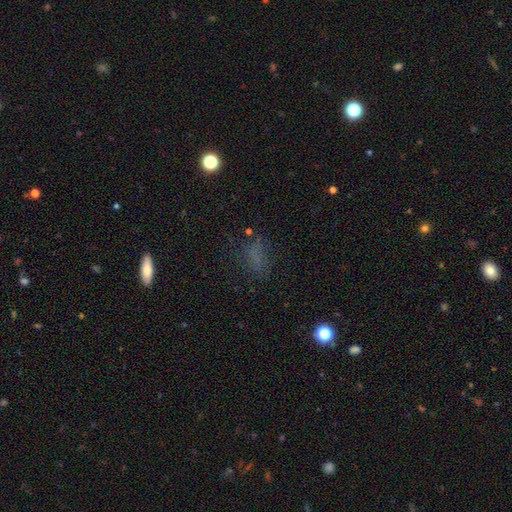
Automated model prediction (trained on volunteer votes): Smooth or featured?
  - smooth: 56% *
  - star or artifact: 26%
  - featured or disk: 18%
How rounded?
  - in between: 69% *
  - round: 18%
  - cigar-shaped: 13%
Merging?
  - none: 64% *
  - minor disturbance: 18%
  - major disturbance: 15%
  - merger: 3%